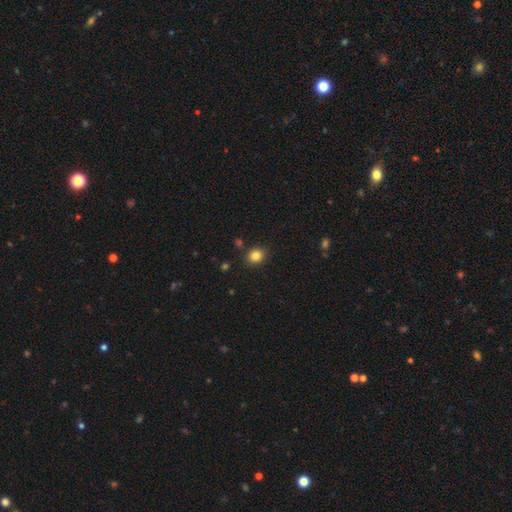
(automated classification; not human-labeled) A smooth galaxy with no disk features (84%) that is round (75%).

Vote fractions:
- Smooth or featured? smooth: 84% / star or artifact: 11% / featured or disk: 5%
- How rounded? round: 75% / in between: 24% / cigar-shaped: 1%
- Merging? none: 86% / minor disturbance: 8% / merger: 3% / major disturbance: 2%